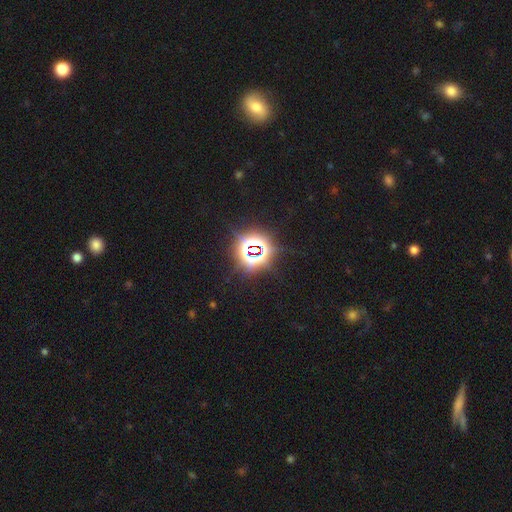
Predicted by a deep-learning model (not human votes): star or artifact 81%, smooth 12%, featured or disk 8%.